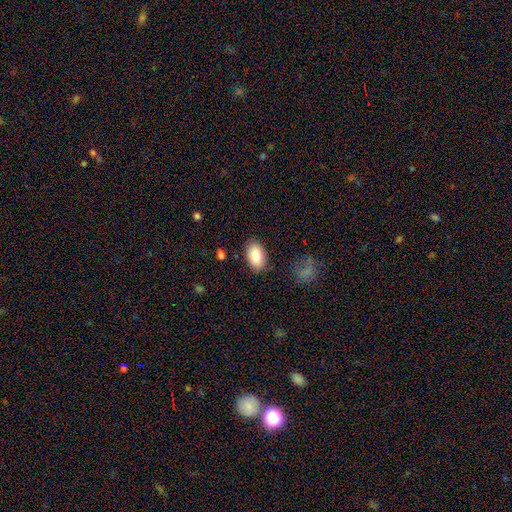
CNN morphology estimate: Smooth or featured: smooth — 84% (featured or disk — 9%)
How rounded: in between — 92% (round — 6%)
Merging: none — 85% (minor disturbance — 10%)